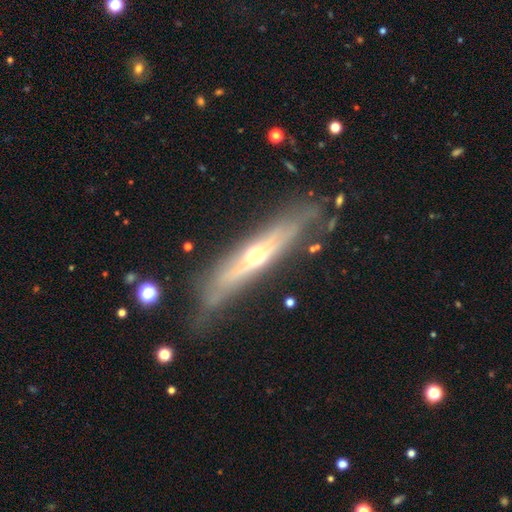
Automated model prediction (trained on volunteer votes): The model was most divided on "smooth or featured": featured or disk: 71%, smooth: 23%, star or artifact: 6%. More confident: edge-on disk — yes (80%); edge-on bulge — rounded (80%); merging — none (71%).